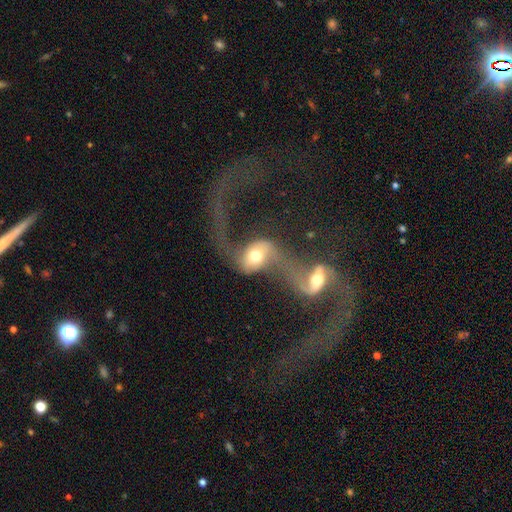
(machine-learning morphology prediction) A featured or disk galaxy (58%) with no bar (58%), spiral arms (72%) and a moderate central bulge (64%).

Vote fractions:
- Smooth or featured? featured or disk: 58% / smooth: 34% / star or artifact: 8%
- Edge-on disk? no: 94% / yes: 6%
- Bar? no: 58% / weak: 28% / strong: 14%
- Spiral arms? yes: 72% / no: 28%
- Bulge size? moderate: 64% / large: 17% / small: 14% / dominant: 3% / none: 2%
- Merging? merger: 77% / major disturbance: 12% / none: 7% / minor disturbance: 4%